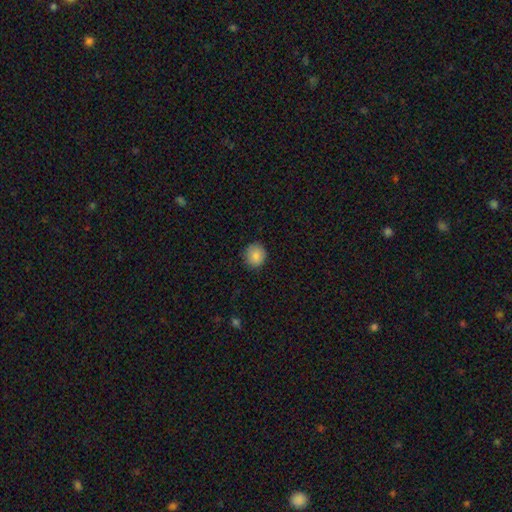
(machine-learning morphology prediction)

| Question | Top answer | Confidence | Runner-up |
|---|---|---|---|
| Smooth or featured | smooth | 86% | star or artifact (9%) |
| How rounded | round | 86% | in between (13%) |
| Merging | none | 88% | minor disturbance (9%) |